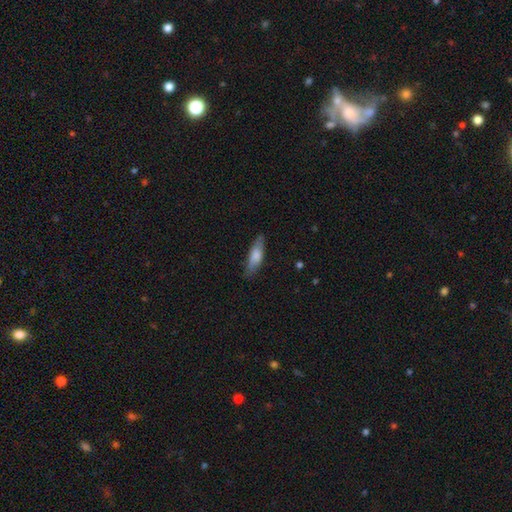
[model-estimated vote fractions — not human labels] Overall: smooth (72%). How rounded: cigar-shaped (53%; in between 45%). Merging: none (79%).